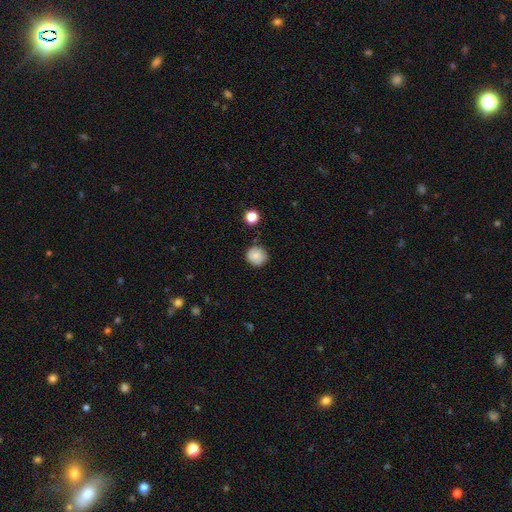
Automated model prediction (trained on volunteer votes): A smooth galaxy with no disk features (80%) that is round (92%). Merging: none (83%).